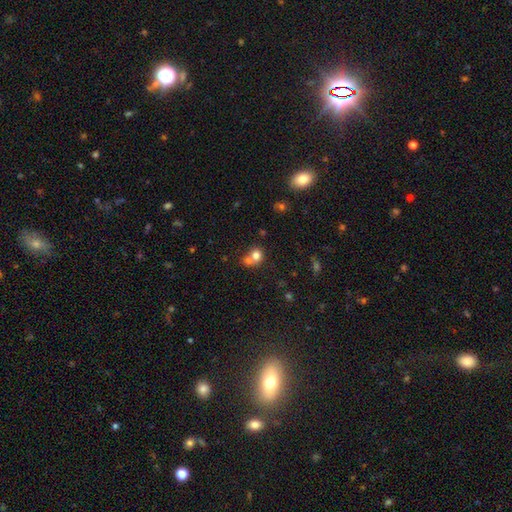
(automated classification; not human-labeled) smooth-or-featured: smooth: 75% | star or artifact: 12% | featured or disk: 12%
  how-rounded: round: 76% | in between: 23% | cigar-shaped: 1%
  merging: merger: 54% | none: 36% | minor disturbance: 7% | major disturbance: 3%